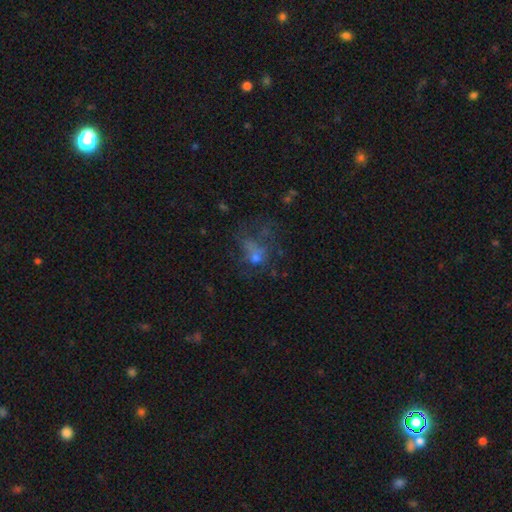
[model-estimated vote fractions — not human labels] The model was most divided on "smooth or featured": smooth: 40%, featured or disk: 36%, star or artifact: 24%. Remaining: merging — major disturbance (42%).